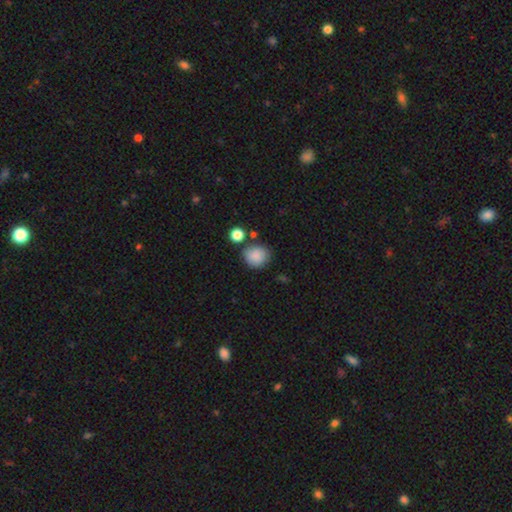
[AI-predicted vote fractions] smooth-or-featured: smooth: 86% | star or artifact: 8% | featured or disk: 5%
  how-rounded: round: 79% | in between: 20% | cigar-shaped: 1%
  merging: none: 73% | minor disturbance: 15% | merger: 8% | major disturbance: 4%